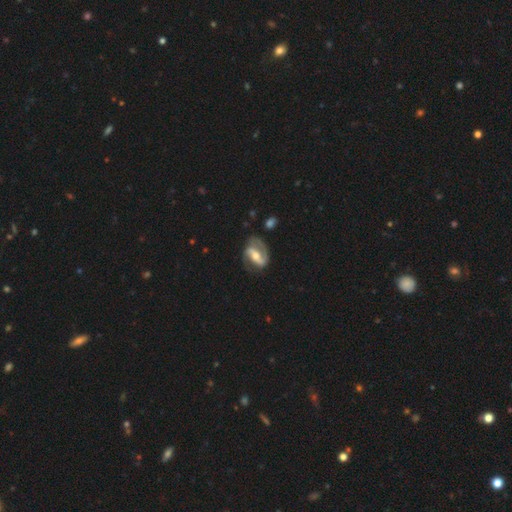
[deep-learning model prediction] Morphology: type=featured or disk (82%); edge-on=no (96%); bar=strong (52%); spiral arms=yes (92%); winding=medium (46%); arm count=2 (84%); bulge=moderate (61%); merging=none (69%).